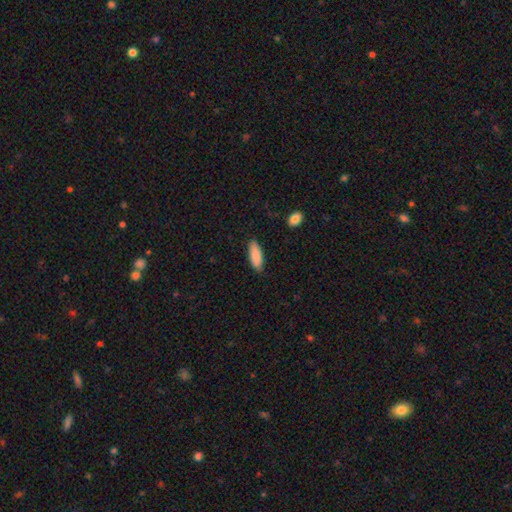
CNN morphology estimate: The model was most divided on "how rounded": in between: 63%, cigar-shaped: 36%, round: 2%. More confident: smooth or featured — smooth (87%); merging — none (87%).